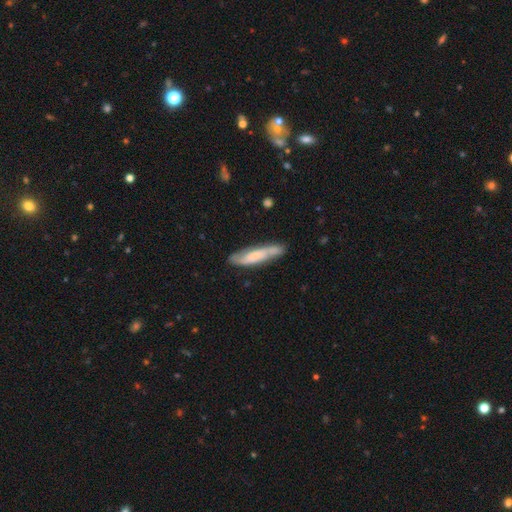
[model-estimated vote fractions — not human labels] This is possibly a featured or disk galaxy (51%). It is likely not viewed edge-on (62%). Merging: likely none (74%).